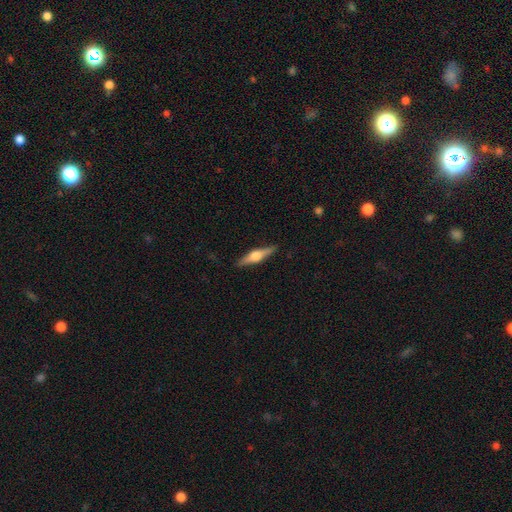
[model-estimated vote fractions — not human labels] Smooth or featured? featured or disk (69%)
Edge-on disk? yes (97%)
Edge-on bulge? rounded (93%)
Merging? none (90%)